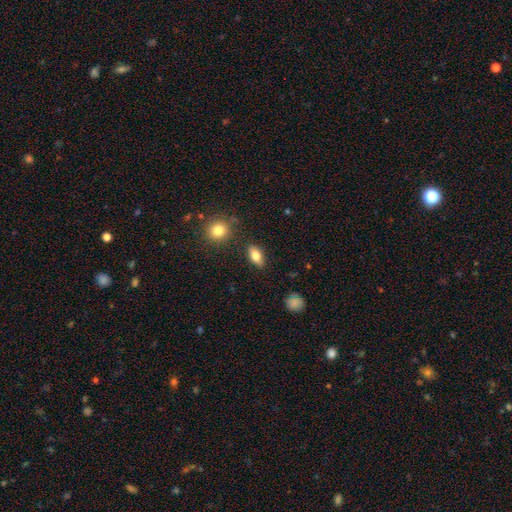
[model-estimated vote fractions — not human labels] smooth-or-featured: smooth: 79% | featured or disk: 13% | star or artifact: 8%
  how-rounded: in between: 88% | round: 6% | cigar-shaped: 6%
  merging: none: 85% | minor disturbance: 10% | major disturbance: 2% | merger: 2%